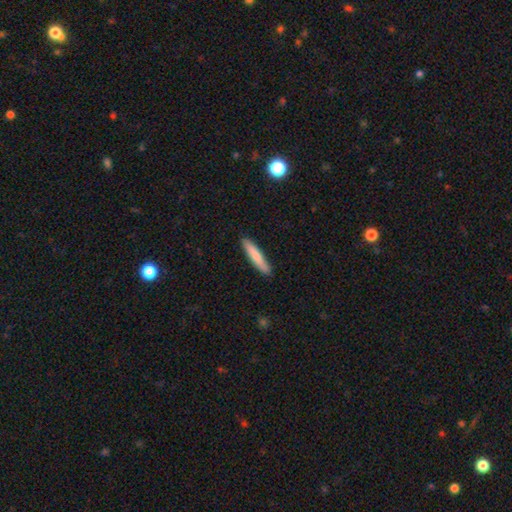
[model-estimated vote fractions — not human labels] Overall: smooth (79%). How rounded: cigar-shaped (91%). Merging: none (89%).